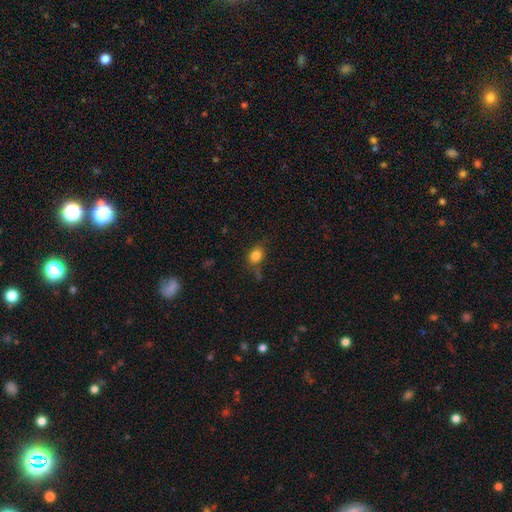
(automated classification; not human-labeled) Smooth or featured? Predicted: smooth (p=0.83). How rounded? Predicted: in between (p=0.52). Merging? Predicted: none (p=0.70).